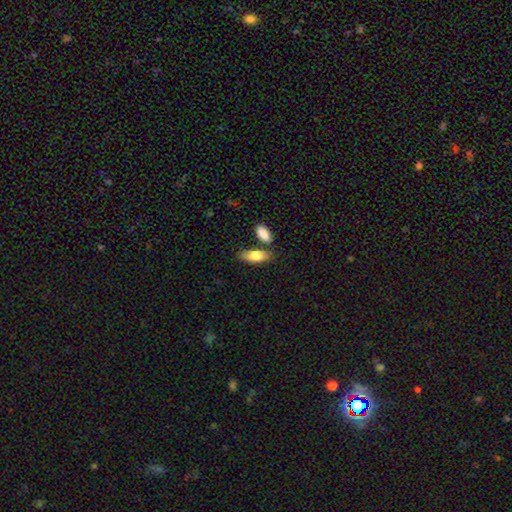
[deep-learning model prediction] The model was most divided on "merging": none: 66%, merger: 18%, minor disturbance: 12%, major disturbance: 3%. More confident: smooth or featured — smooth (81%); how rounded — in between (78%).